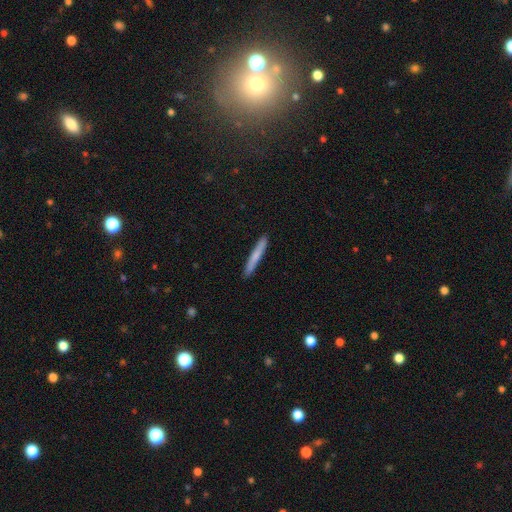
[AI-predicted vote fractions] Smooth or featured?
  - smooth: 70% *
  - featured or disk: 25%
  - star or artifact: 5%
How rounded?
  - cigar-shaped: 96% *
  - in between: 3%
  - round: 1%
Merging?
  - none: 90% *
  - minor disturbance: 7%
  - major disturbance: 1%
  - merger: 1%